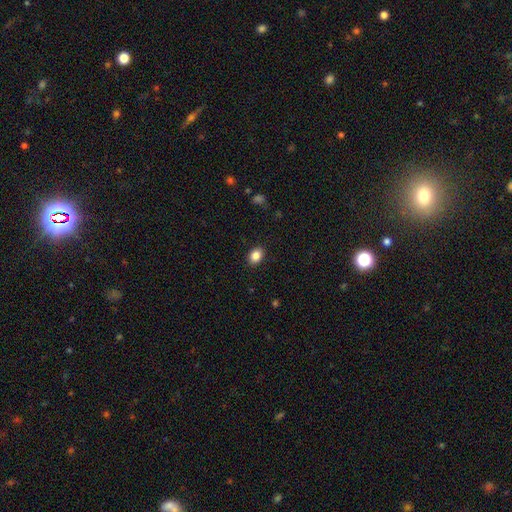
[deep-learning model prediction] Smooth or featured? Predicted: smooth (p=0.85). How rounded? Predicted: in between (p=0.69). Merging? Predicted: none (p=0.89).